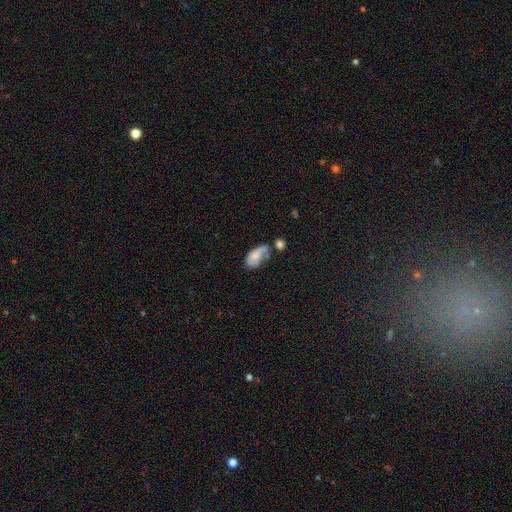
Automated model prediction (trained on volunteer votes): A smooth galaxy with no disk features (55%) that is in between round and cigar-shaped (91%).

Vote fractions:
- Smooth or featured? smooth: 55% / featured or disk: 37% / star or artifact: 8%
- How rounded? in between: 91% / round: 6% / cigar-shaped: 3%
- Merging? none: 31% / minor disturbance: 27% / major disturbance: 21% / merger: 20%